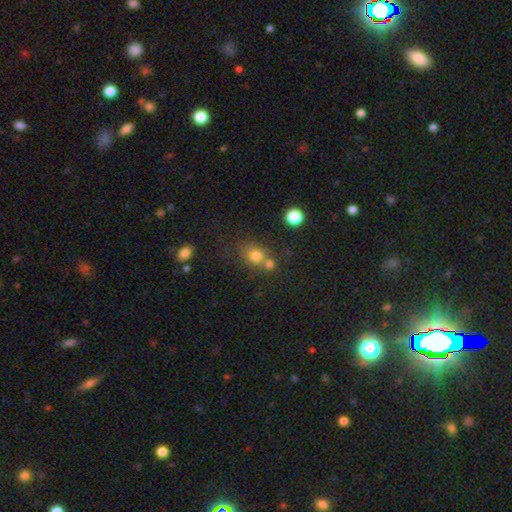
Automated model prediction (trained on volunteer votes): smooth-or-featured: smooth: 77% | star or artifact: 13% | featured or disk: 10%
  how-rounded: round: 64% | in between: 34% | cigar-shaped: 1%
  merging: none: 48% | merger: 34% | minor disturbance: 13% | major disturbance: 5%